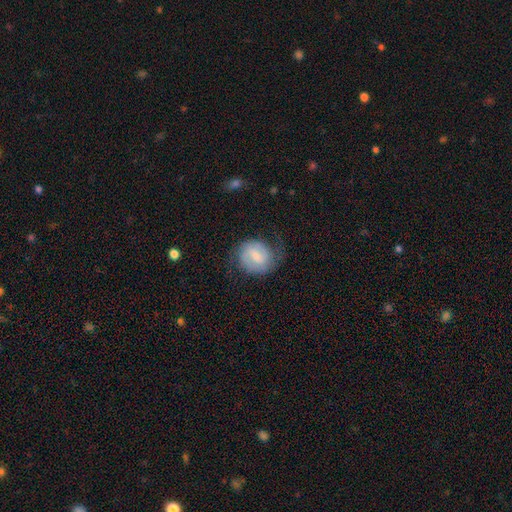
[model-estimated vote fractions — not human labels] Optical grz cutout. It shows a featured or disk galaxy (59%) with a weak bar (61%), 2 (75%) medium (44%) spiral arms (88%) and a small central bulge (47%). Merging: none (61%).